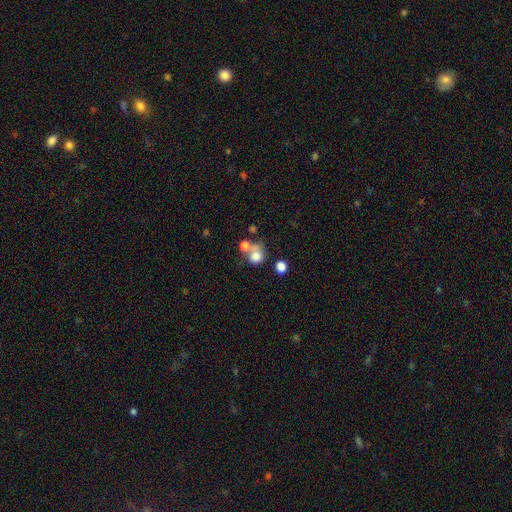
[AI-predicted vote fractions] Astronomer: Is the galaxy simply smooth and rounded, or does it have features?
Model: smooth — 76%.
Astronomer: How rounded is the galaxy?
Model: round — 76%.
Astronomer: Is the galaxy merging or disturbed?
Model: merger — 43% (runner-up: none, 37%).